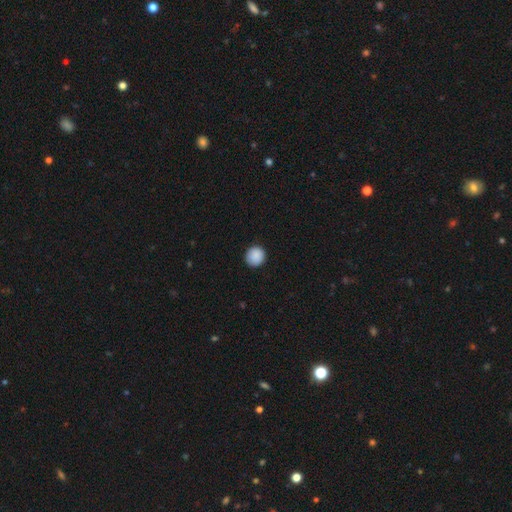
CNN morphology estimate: The model was most divided on "smooth or featured": smooth: 90%, star or artifact: 8%, featured or disk: 2%. More confident: how rounded — round (94%); merging — none (92%).